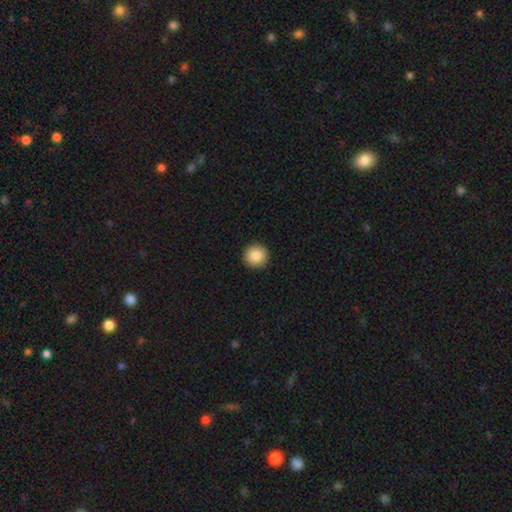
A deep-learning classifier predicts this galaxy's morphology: This appears to be a smooth galaxy with no disk features (88%) that is round (94%). Merging: none (92%).